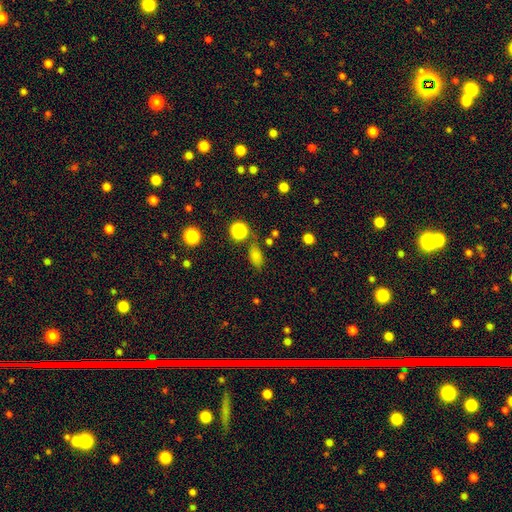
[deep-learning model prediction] Morphology: type=smooth (63%); roundness=in between (72%); merging=none (71%).